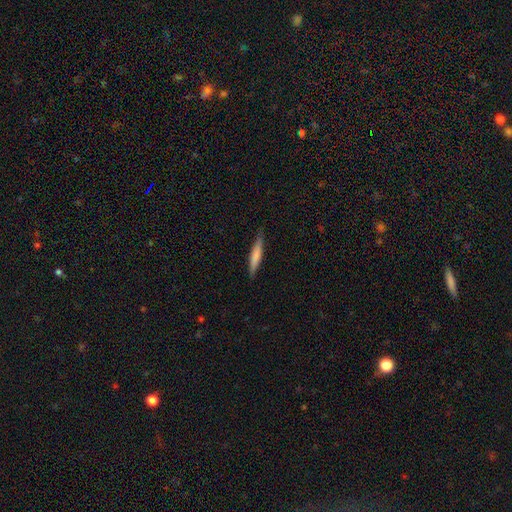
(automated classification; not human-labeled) smooth-or-featured: smooth: 70% | featured or disk: 24% | star or artifact: 5%
  how-rounded: cigar-shaped: 91% | in between: 8% | round: 1%
  merging: none: 85% | minor disturbance: 12% | major disturbance: 2% | merger: 1%